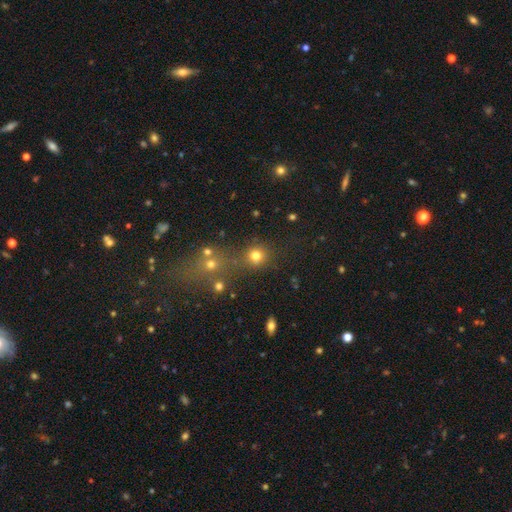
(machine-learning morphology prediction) type=smooth (76%); roundness=round (88%); merging=none (70%).